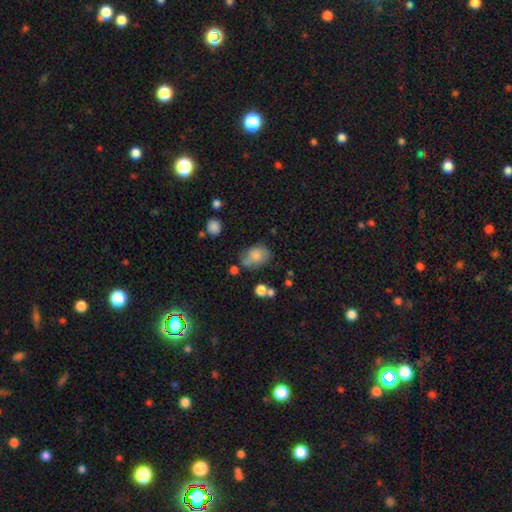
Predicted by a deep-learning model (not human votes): A smooth galaxy with no disk features (75%) that is in between round and cigar-shaped (65%).

Vote fractions:
- Smooth or featured? smooth: 75% / featured or disk: 15% / star or artifact: 10%
- How rounded? in between: 65% / round: 34% / cigar-shaped: 1%
- Merging? none: 47% / minor disturbance: 29% / merger: 12% / major disturbance: 12%